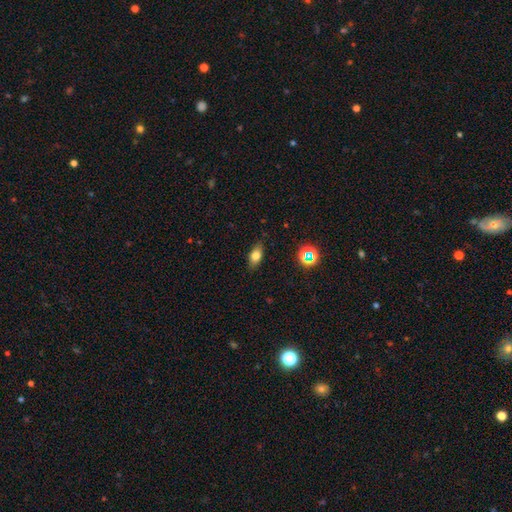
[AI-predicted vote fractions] Overall: smooth (71%). How rounded: in between (79%). Merging: none (84%).